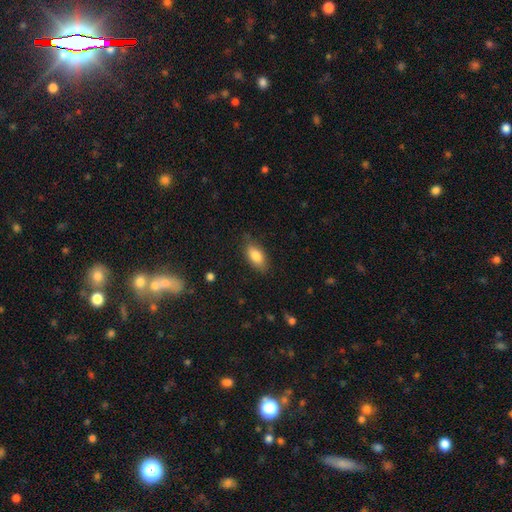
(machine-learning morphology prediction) smooth-or-featured: smooth: 82% | featured or disk: 10% | star or artifact: 7%
  how-rounded: in between: 88% | cigar-shaped: 8% | round: 3%
  merging: none: 79% | minor disturbance: 16% | major disturbance: 3% | merger: 1%